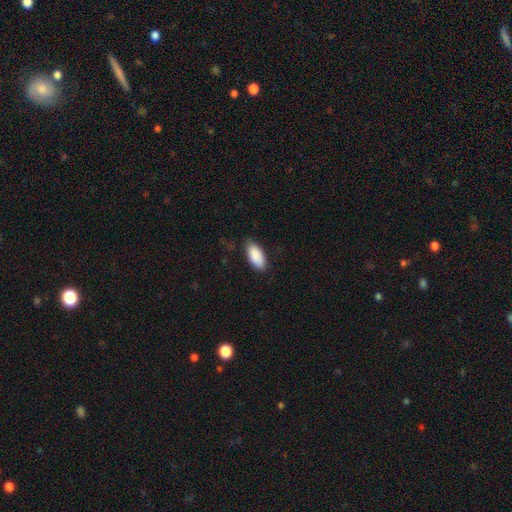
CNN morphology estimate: Q: Smooth or featured?
A: smooth (90%); runner-up: star or artifact (6%)
Q: How rounded?
A: in between (91%); runner-up: cigar-shaped (7%)
Q: Merging?
A: none (80%); runner-up: minor disturbance (16%)